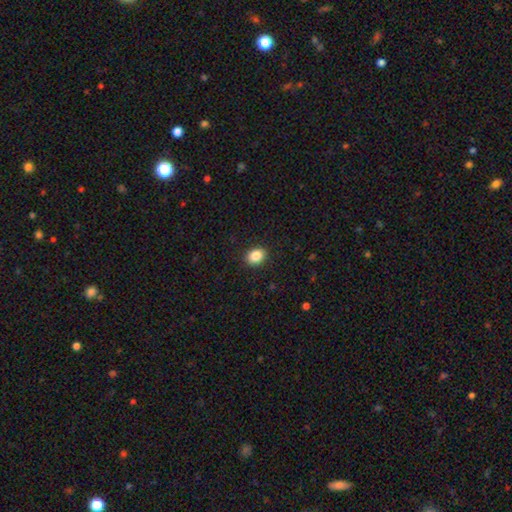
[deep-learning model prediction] Smooth or featured?
  - smooth: 86% *
  - star or artifact: 9%
  - featured or disk: 4%
How rounded?
  - in between: 60% *
  - round: 39%
  - cigar-shaped: 1%
Merging?
  - none: 90% *
  - minor disturbance: 7%
  - major disturbance: 2%
  - merger: 1%